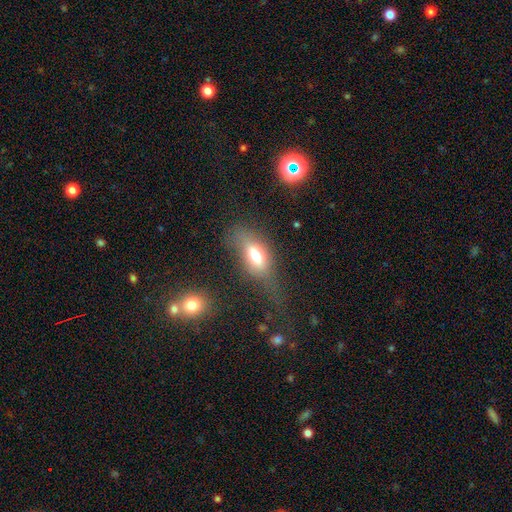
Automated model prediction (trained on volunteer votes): Smooth or featured: smooth — 68% (featured or disk — 22%)
How rounded: in between — 82% (cigar-shaped — 10%)
Merging: none — 38% (major disturbance — 31%)